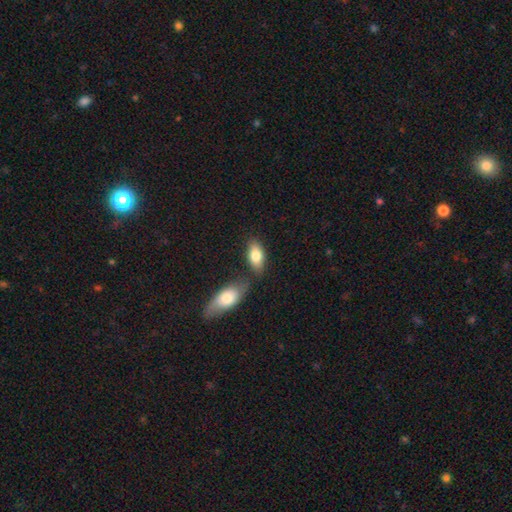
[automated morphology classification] type=smooth (81%); roundness=in between (90%); merging=none (64%).